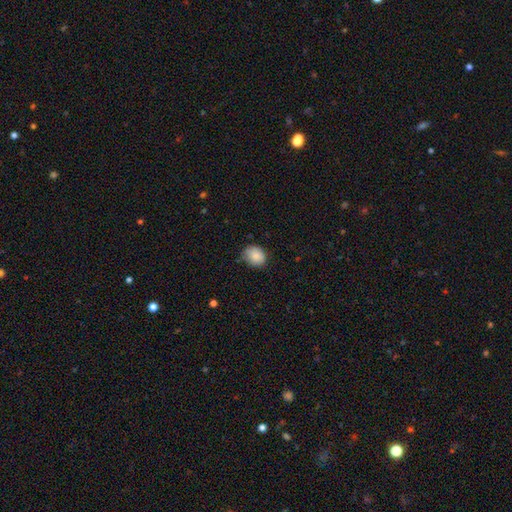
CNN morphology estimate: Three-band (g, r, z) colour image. It shows a smooth galaxy with no disk features (87%) that is round (56%). Merging: none (71%).